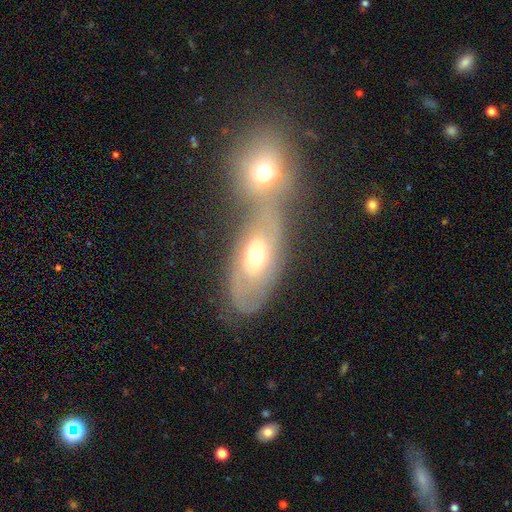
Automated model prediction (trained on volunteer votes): This is likely a featured or disk galaxy (61%). It is clearly not viewed edge-on (90%). Bar: likely no (73%). Spiral arm pattern: likely yes (73%). Central bulge: likely moderate (68%). Merging: possibly merger (58%).